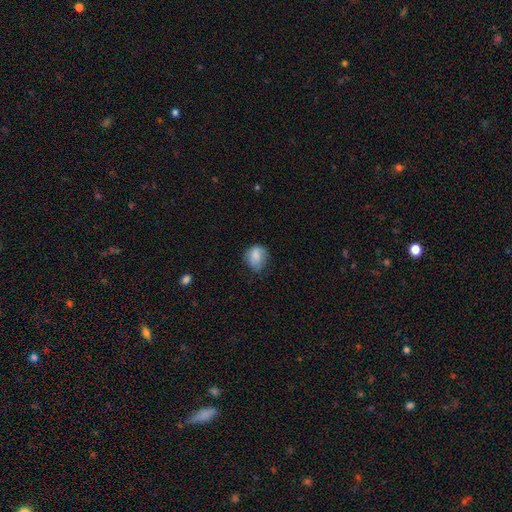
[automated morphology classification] The model was most divided on "how rounded": round: 57%, in between: 42%, cigar-shaped: 1%. More confident: smooth or featured — smooth (78%); merging — none (57%).